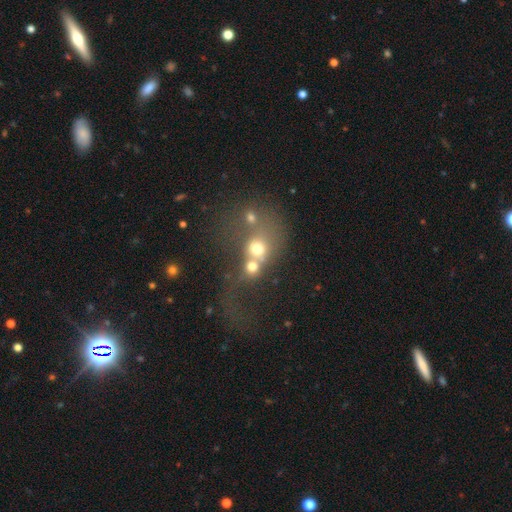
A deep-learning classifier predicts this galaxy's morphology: A smooth galaxy with no disk features (43%).

Vote fractions:
- Smooth or featured? smooth: 43% / featured or disk: 38% / star or artifact: 19%
- Merging? merger: 69% / major disturbance: 14% / none: 11% / minor disturbance: 5%